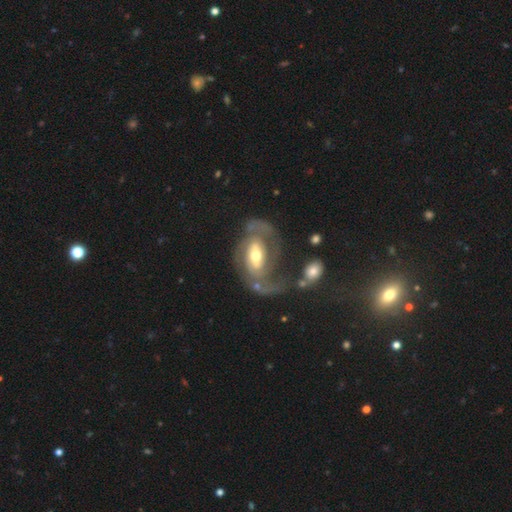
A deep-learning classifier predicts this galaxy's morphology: This is clearly a featured or disk galaxy (82%). It is clearly not viewed edge-on (96%). Bar: marginally weak (41%). Spiral arm pattern: clearly yes (89%). Spiral arm count: likely 2 (65%). Spiral winding: marginally medium (44%). Central bulge: likely moderate (62%). Merging: marginally none (40%).